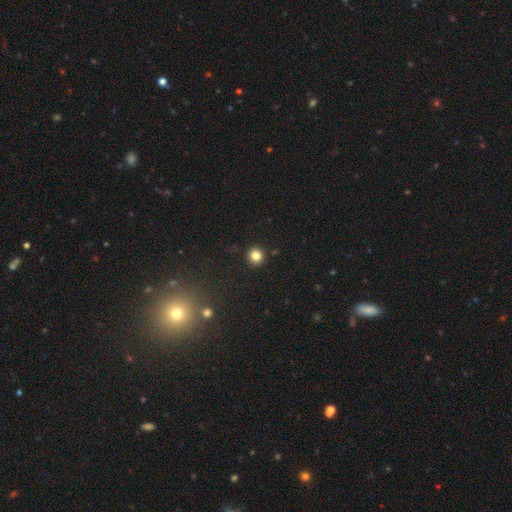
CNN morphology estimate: A smooth galaxy with no disk features (83%) that is round (93%). Merging: none (92%).